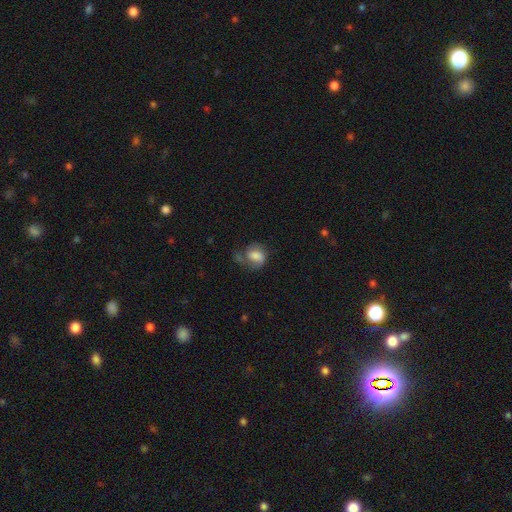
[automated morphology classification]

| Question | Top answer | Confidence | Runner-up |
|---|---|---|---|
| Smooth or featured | smooth | 52% | featured or disk (39%) |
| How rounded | in between | 52% | round (47%) |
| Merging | none | 39% | major disturbance (29%) |